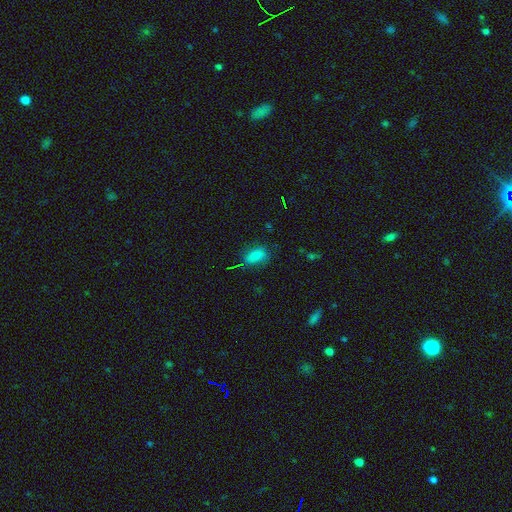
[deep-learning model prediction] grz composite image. It shows a smooth galaxy with no disk features (77%) that is in between round and cigar-shaped (84%). Merging: none (70%).